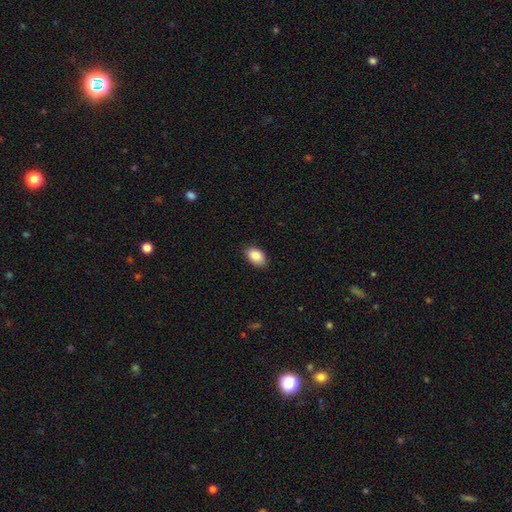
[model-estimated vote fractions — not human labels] A smooth galaxy with no disk features (89%) that is in between round and cigar-shaped (92%). Merging: none (84%).